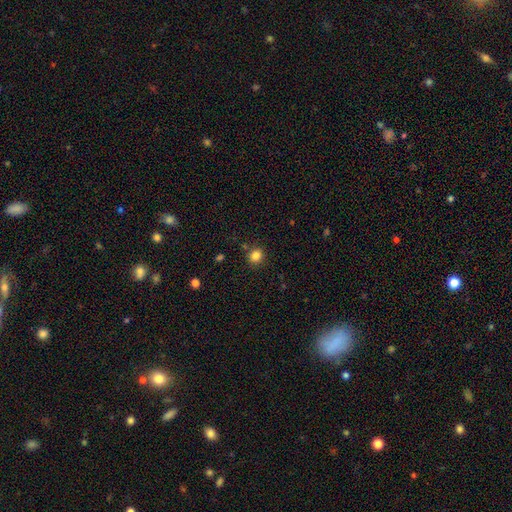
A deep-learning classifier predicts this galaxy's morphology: A smooth galaxy with no disk features (83%) that is round (82%). Merging: none (86%).